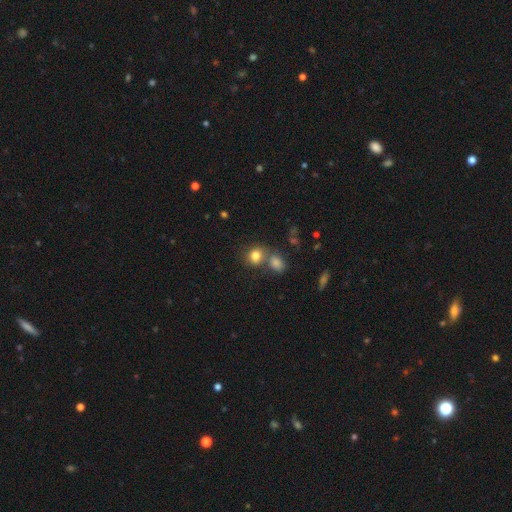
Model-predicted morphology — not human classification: Q: Smooth or featured?
A: smooth (80%); runner-up: star or artifact (11%)
Q: How rounded?
A: round (65%); runner-up: in between (34%)
Q: Merging?
A: none (49%); runner-up: merger (36%)